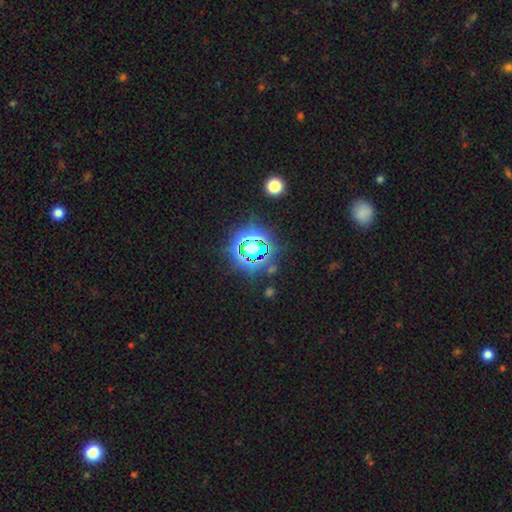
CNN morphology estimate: Smooth or featured? star or artifact (76%)